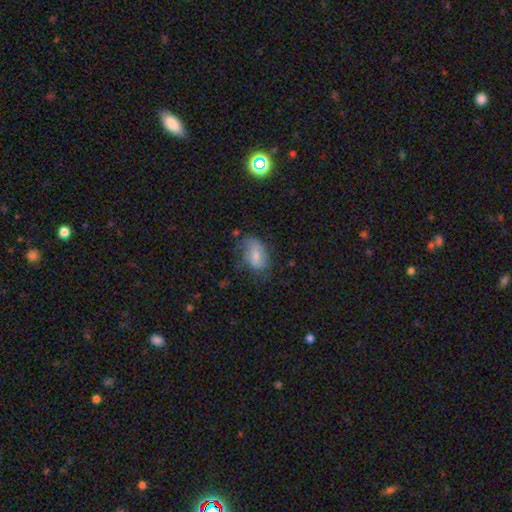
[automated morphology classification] Smooth or featured? smooth (59%)
How rounded? in between (87%)
Merging? none (46%)